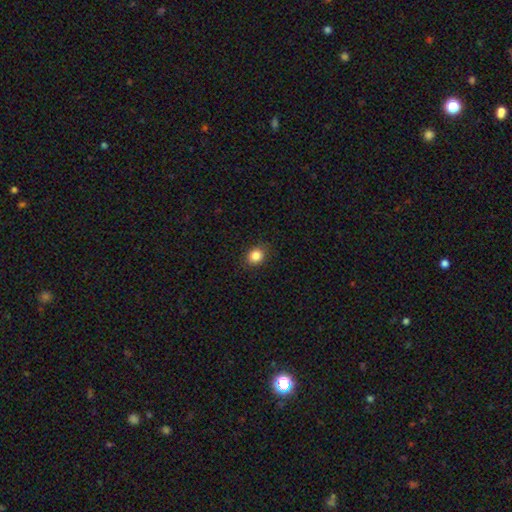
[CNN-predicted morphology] smooth-or-featured: smooth: 85% | star or artifact: 10% | featured or disk: 4%
  how-rounded: round: 65% | in between: 34% | cigar-shaped: 1%
  merging: none: 88% | minor disturbance: 9% | major disturbance: 2% | merger: 1%